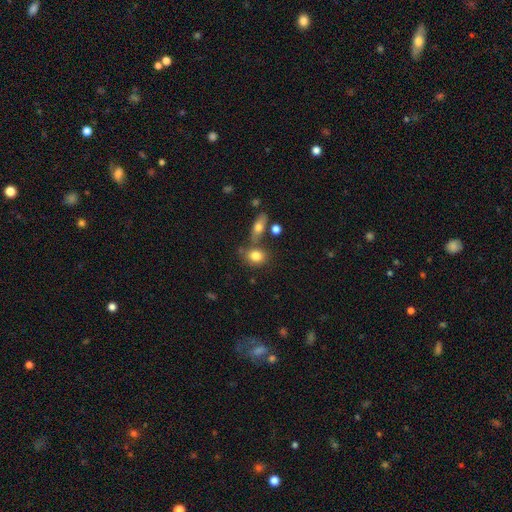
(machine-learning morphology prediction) A smooth galaxy with no disk features (80%) that is in between round and cigar-shaped (57%). Merging: none (58%).